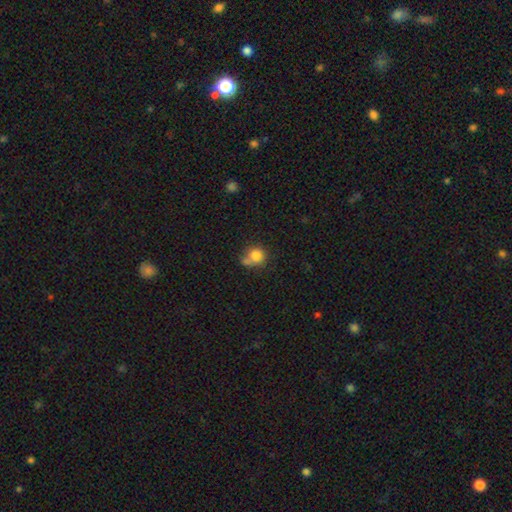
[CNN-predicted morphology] The model was most divided on "merging": none: 42%, merger: 34%, minor disturbance: 17%, major disturbance: 8%. More confident: how rounded — round (80%); smooth or featured — smooth (80%).